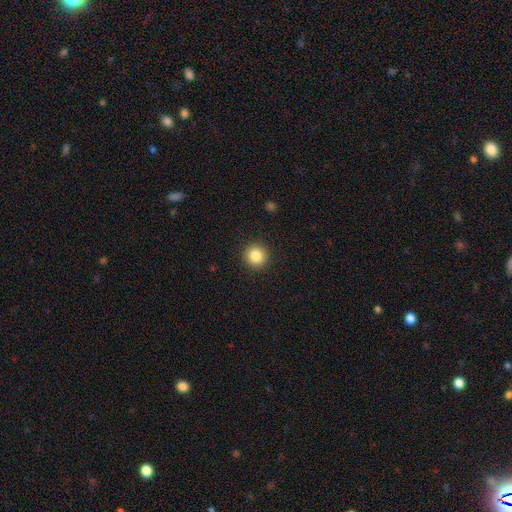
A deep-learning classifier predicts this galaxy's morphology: This is clearly a smooth galaxy (84%). How rounded: clearly round (95%). Merging: clearly none (92%).